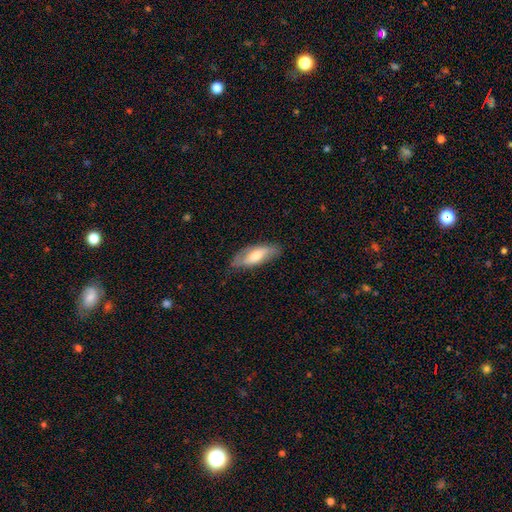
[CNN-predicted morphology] Smooth or featured? Predicted: smooth (p=0.57). How rounded? Predicted: in between (p=0.70). Merging? Predicted: none (p=0.71).